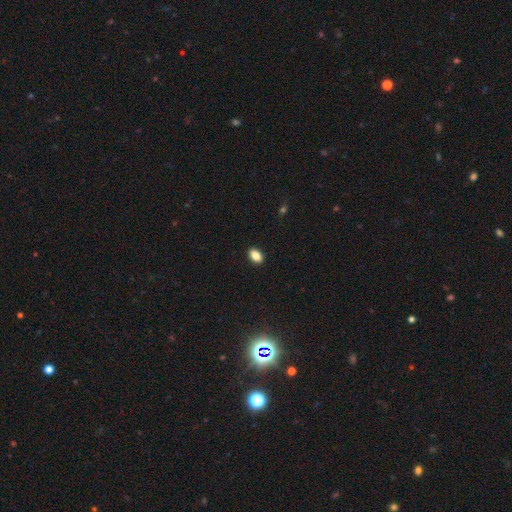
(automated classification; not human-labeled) Smooth or featured?
  - smooth: 86% *
  - star or artifact: 9%
  - featured or disk: 5%
How rounded?
  - in between: 87% *
  - round: 11%
  - cigar-shaped: 2%
Merging?
  - none: 90% *
  - minor disturbance: 7%
  - major disturbance: 2%
  - merger: 1%